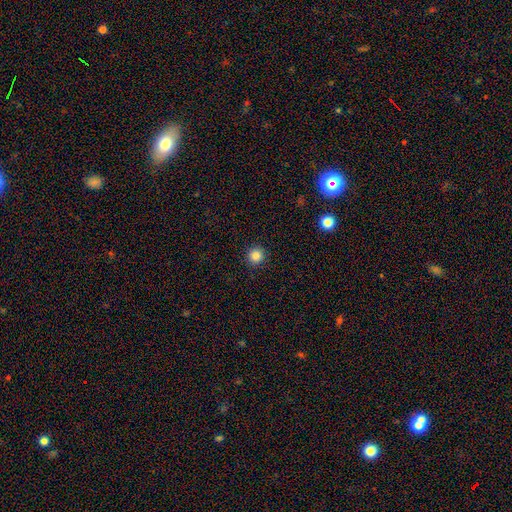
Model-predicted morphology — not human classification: Smooth or featured: smooth — 86% (star or artifact — 11%)
How rounded: round — 94% (in between — 5%)
Merging: none — 92% (minor disturbance — 5%)